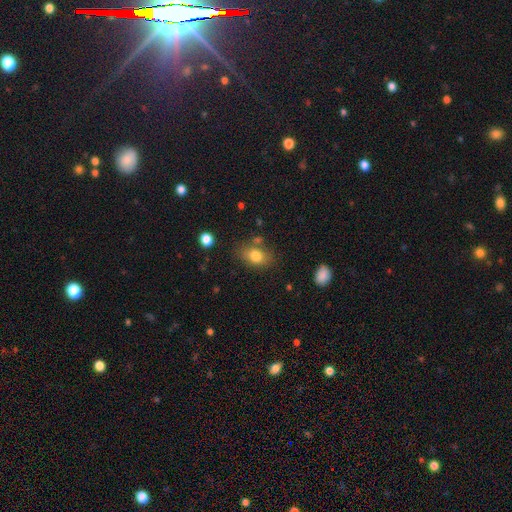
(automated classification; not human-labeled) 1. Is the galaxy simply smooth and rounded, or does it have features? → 80% smooth, 10% featured or disk, 10% star or artifact.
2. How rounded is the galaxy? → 76% in between, 23% round, 2% cigar-shaped.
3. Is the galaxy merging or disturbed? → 72% none, 17% minor disturbance, 7% merger, 5% major disturbance.